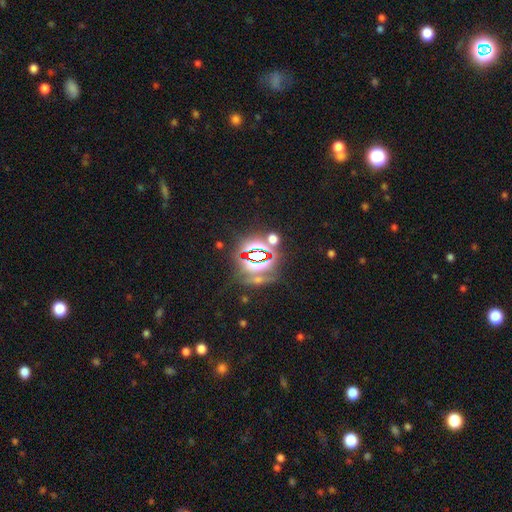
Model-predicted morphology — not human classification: This appears to be a star or artifact, not a galaxy (80%).